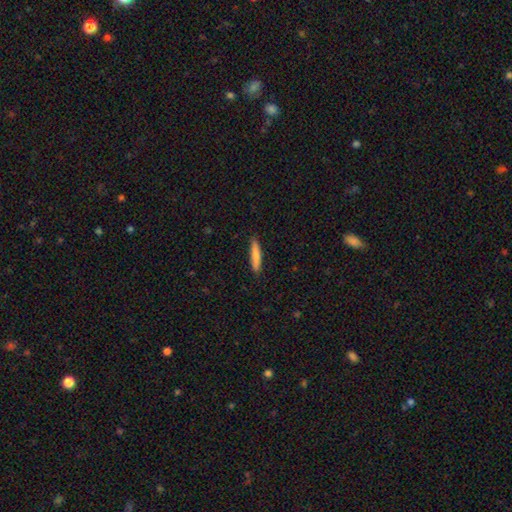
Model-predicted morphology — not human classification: A smooth galaxy with no disk features (82%) that is cigar-shaped (89%).

Vote fractions:
- Smooth or featured? smooth: 82% / featured or disk: 12% / star or artifact: 6%
- How rounded? cigar-shaped: 89% / in between: 10% / round: 1%
- Merging? none: 88% / minor disturbance: 9% / major disturbance: 2% / merger: 1%